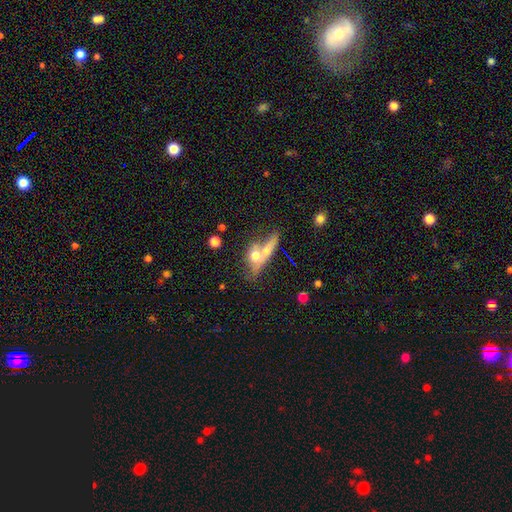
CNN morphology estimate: smooth_or_featured: smooth (p=0.57) [alt: featured or disk p=0.34]
how_rounded: in between (p=0.45) [alt: cigar-shaped p=0.30]
merging: merger (p=0.54) [alt: none p=0.28]